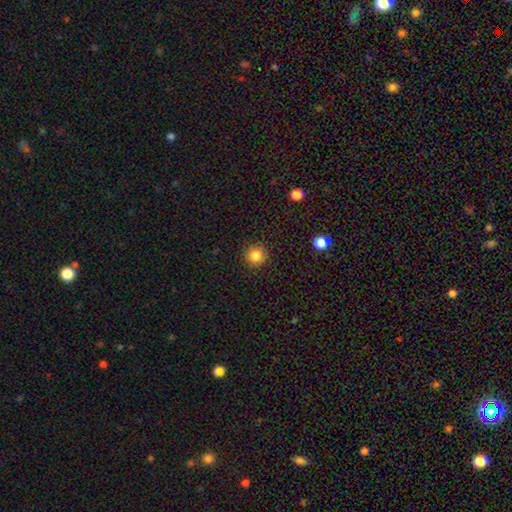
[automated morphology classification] Overall: smooth (85%). How rounded: round (94%). Merging: none (91%).